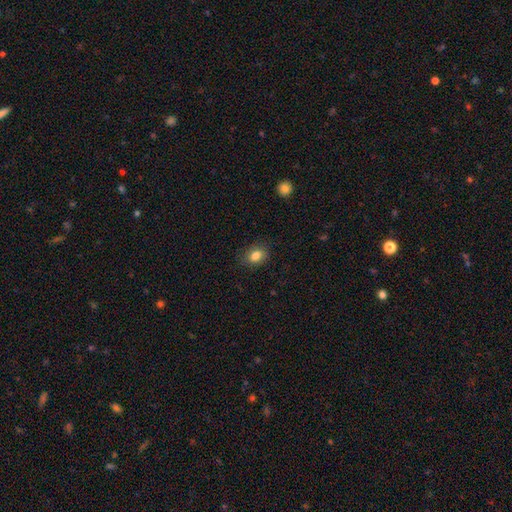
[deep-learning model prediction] Smooth or featured?
  - smooth: 84% *
  - star or artifact: 9%
  - featured or disk: 7%
How rounded?
  - in between: 67% *
  - round: 32%
  - cigar-shaped: 1%
Merging?
  - none: 84% *
  - minor disturbance: 12%
  - major disturbance: 3%
  - merger: 1%